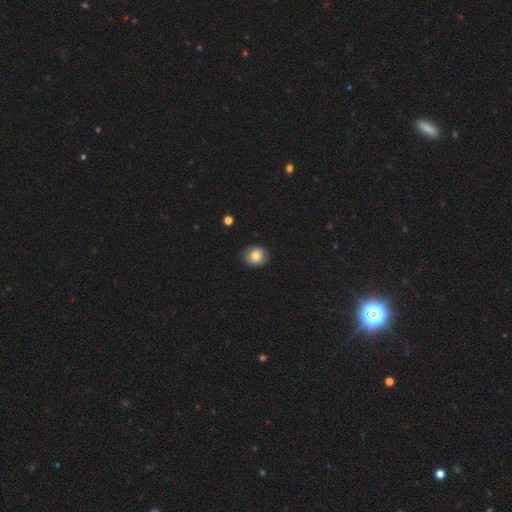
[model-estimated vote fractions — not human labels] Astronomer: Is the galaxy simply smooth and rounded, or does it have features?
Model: smooth — 77%.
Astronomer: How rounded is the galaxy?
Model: round — 68%.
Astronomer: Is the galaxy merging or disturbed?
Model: none — 81%.